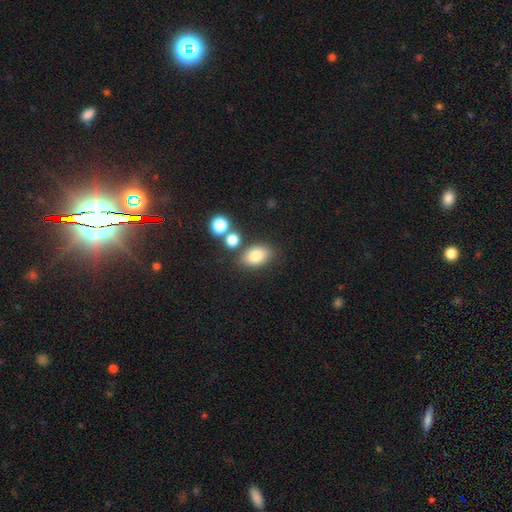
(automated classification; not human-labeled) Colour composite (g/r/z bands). It shows a smooth galaxy with no disk features (81%) that is in between round and cigar-shaped (83%). Merging: none (73%).